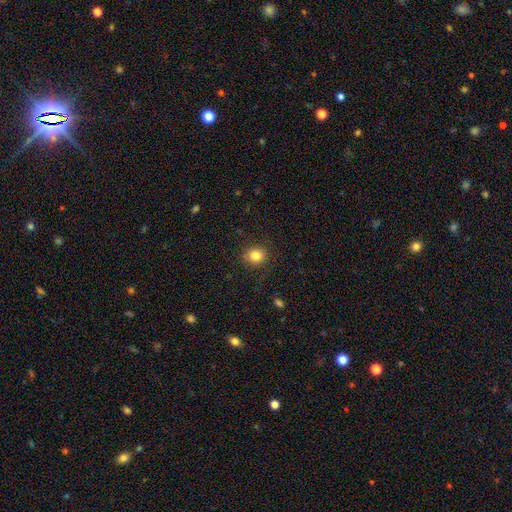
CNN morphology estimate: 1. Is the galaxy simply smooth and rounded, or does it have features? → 83% smooth, 11% star or artifact, 6% featured or disk.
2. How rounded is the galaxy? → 82% round, 17% in between, 1% cigar-shaped.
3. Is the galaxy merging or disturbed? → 86% none, 10% minor disturbance, 3% major disturbance, 1% merger.